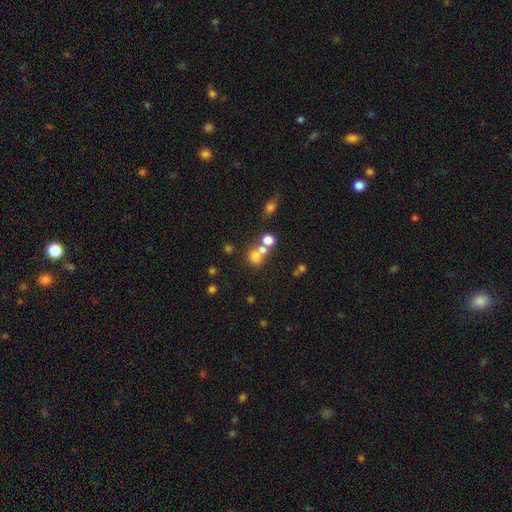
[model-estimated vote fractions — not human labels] Overall: smooth (66%). How rounded: round (74%). Merging: merger (45%; none 40%).